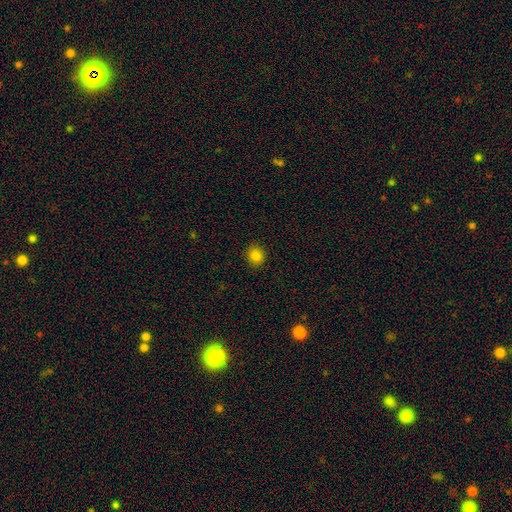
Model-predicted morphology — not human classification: Smooth or featured: smooth — 83% (star or artifact — 12%)
How rounded: round — 78% (in between — 21%)
Merging: none — 90% (minor disturbance — 7%)